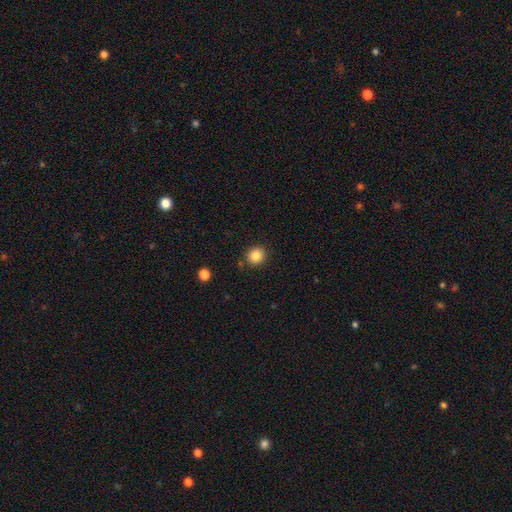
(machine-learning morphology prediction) Smooth or featured?
  - smooth: 86% *
  - star or artifact: 10%
  - featured or disk: 4%
How rounded?
  - round: 84% *
  - in between: 15%
  - cigar-shaped: 1%
Merging?
  - none: 86% *
  - minor disturbance: 8%
  - merger: 3%
  - major disturbance: 3%